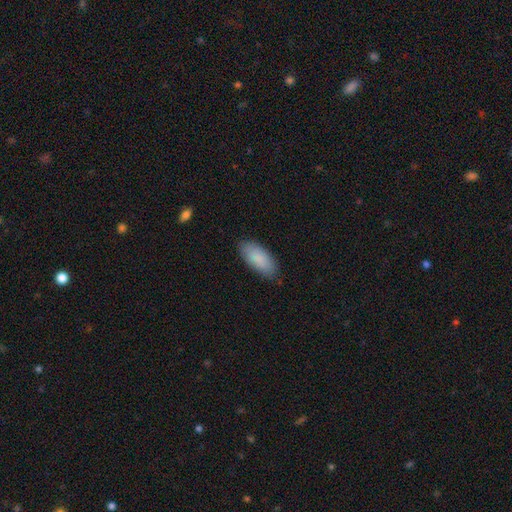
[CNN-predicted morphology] Smooth or featured? Predicted: smooth (p=0.88). How rounded? Predicted: in between (p=0.88). Merging? Predicted: none (p=0.83).